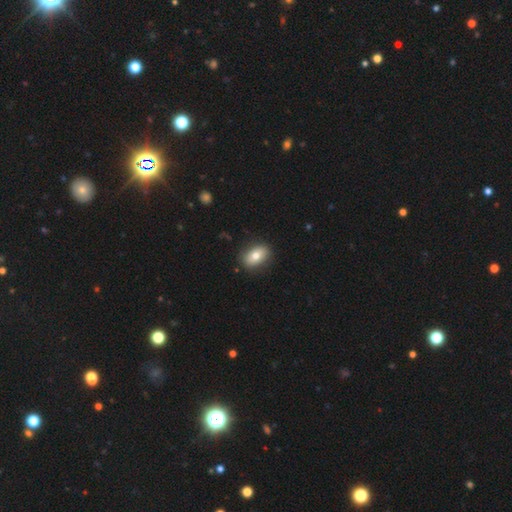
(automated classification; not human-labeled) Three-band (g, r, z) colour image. It shows a smooth galaxy with no disk features (75%) that is in between round and cigar-shaped (84%). Merging: none (87%).